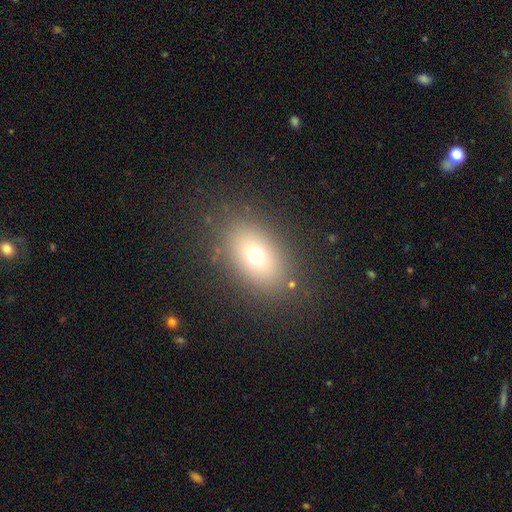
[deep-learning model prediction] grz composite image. It shows a smooth galaxy with no disk features (70%) that is in between round and cigar-shaped (81%). Merging: none (83%).